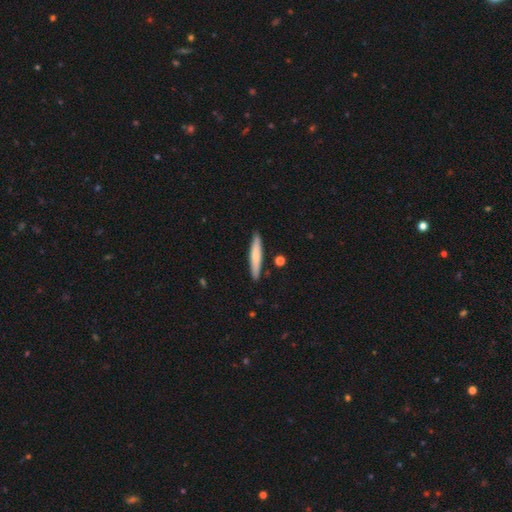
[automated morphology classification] Smooth or featured? Predicted: smooth (p=0.69). How rounded? Predicted: cigar-shaped (p=0.91). Merging? Predicted: none (p=0.88).